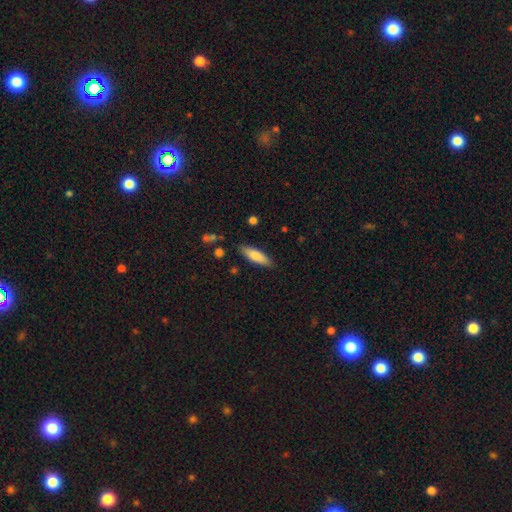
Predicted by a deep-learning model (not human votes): Smooth or featured? smooth (79%)
How rounded? cigar-shaped (56%)
Merging? none (86%)